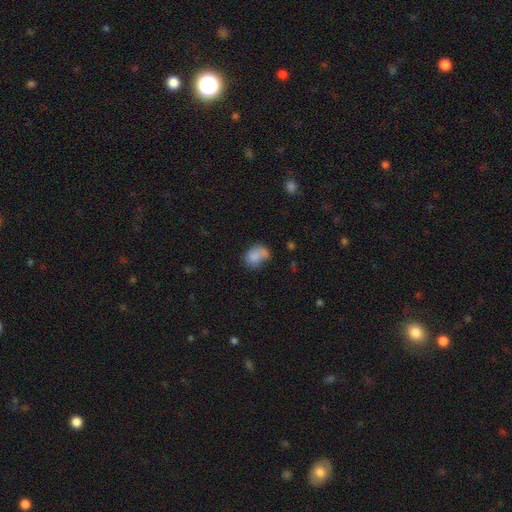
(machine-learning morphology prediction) type=smooth (79%); roundness=in between (74%); merging=none (42%).